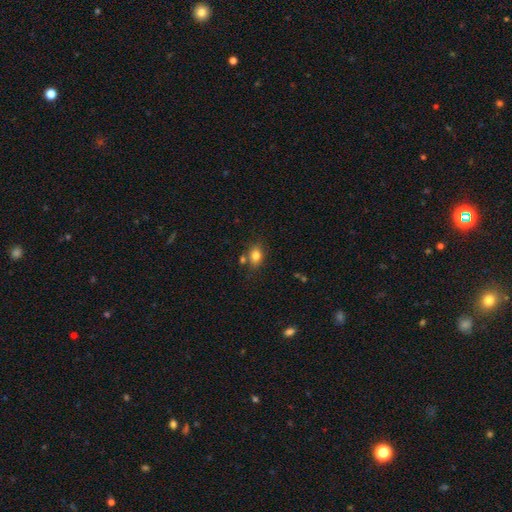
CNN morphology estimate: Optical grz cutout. It shows a smooth galaxy with no disk features (81%) that is in between round and cigar-shaped (73%). Merging: none (70%).